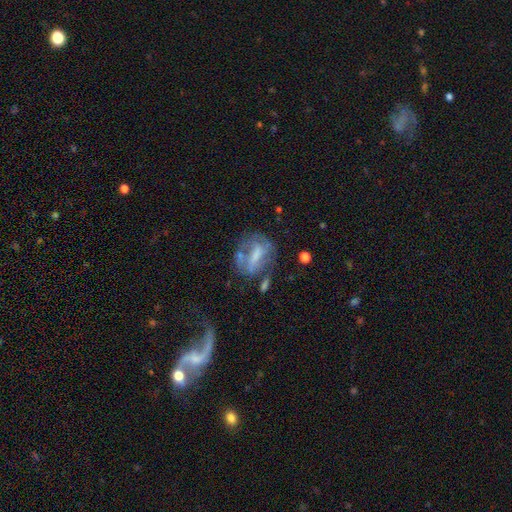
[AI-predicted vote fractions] Overall: featured or disk (55%; smooth 35%). Edge-on disk: no (93%). Bar: weak (37%; no 33%). Spiral arms: no (60%; yes 40%). Bulge size: none (32%; moderate 31%). Merging: none (46%; minor disturbance 22%).